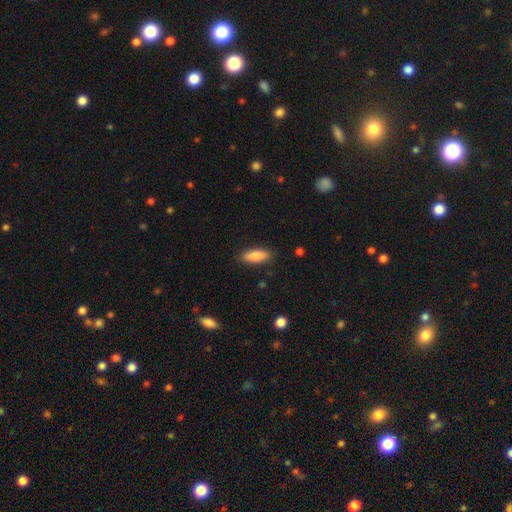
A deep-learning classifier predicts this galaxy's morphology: Smooth or featured? Predicted: smooth (p=0.84). How rounded? Predicted: in between (p=0.63). Merging? Predicted: none (p=0.87).